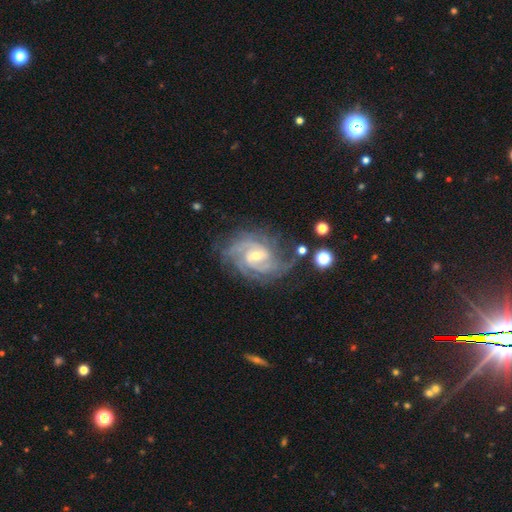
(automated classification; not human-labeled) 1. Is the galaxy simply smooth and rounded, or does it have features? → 91% featured or disk, 5% star or artifact, 4% smooth.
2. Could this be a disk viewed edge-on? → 98% no, 2% yes.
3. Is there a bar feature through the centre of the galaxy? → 55% weak, 26% no, 19% strong.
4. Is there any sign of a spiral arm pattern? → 98% yes, 2% no.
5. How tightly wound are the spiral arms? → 59% tight, 35% medium, 6% loose.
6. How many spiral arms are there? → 29% 3, 26% 2, 18% can't tell, 16% 4, 6% more than 4, 6% 1.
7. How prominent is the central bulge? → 50% small, 45% moderate, 2% large, 2% none, 1% dominant.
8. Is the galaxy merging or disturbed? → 70% none, 19% minor disturbance, 9% major disturbance, 2% merger.